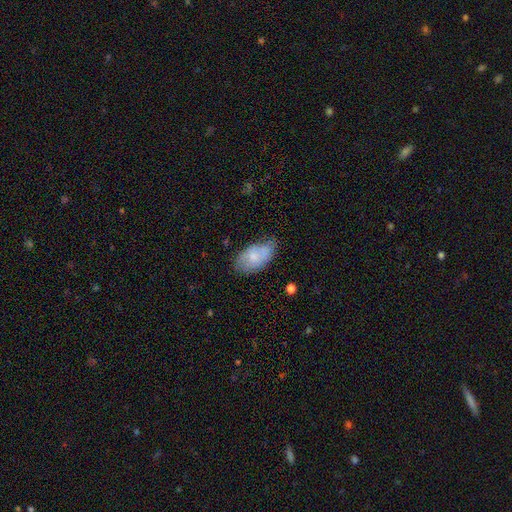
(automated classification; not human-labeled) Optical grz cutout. It shows a smooth galaxy with no disk features (70%) that is in between round and cigar-shaped (93%). Merging: none (62%).